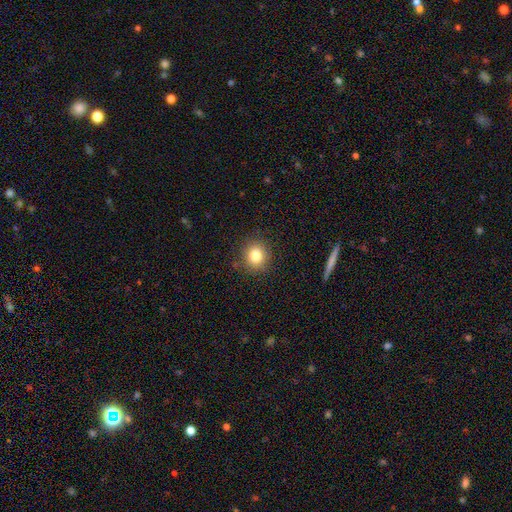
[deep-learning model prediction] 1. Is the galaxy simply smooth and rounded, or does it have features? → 81% smooth, 11% star or artifact, 7% featured or disk.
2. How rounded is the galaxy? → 85% round, 14% in between, 1% cigar-shaped.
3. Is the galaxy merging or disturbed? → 87% none, 8% minor disturbance, 3% major disturbance, 1% merger.